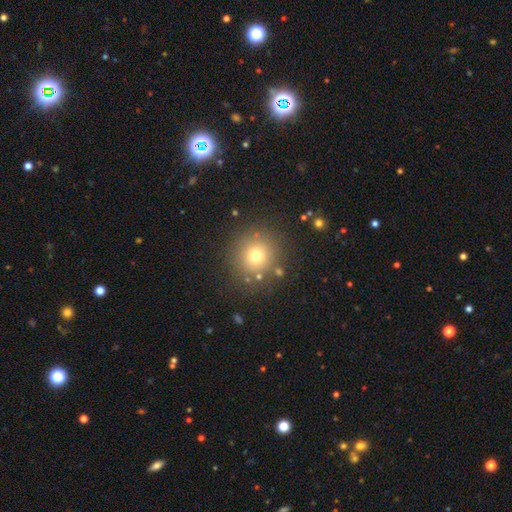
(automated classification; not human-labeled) Morphology: type=smooth (71%); roundness=round (92%); merging=none (83%).